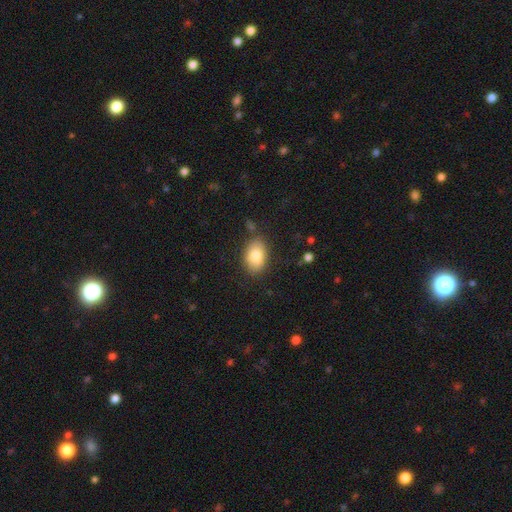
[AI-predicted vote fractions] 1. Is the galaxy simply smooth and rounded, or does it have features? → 82% smooth, 11% featured or disk, 7% star or artifact.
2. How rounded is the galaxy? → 87% in between, 12% round, 1% cigar-shaped.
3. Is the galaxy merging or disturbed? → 79% none, 14% minor disturbance, 4% major disturbance, 3% merger.